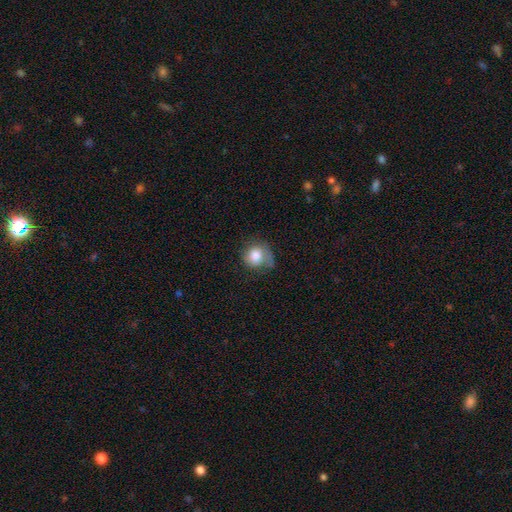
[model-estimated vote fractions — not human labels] Overall: smooth (76%). How rounded: round (78%). Merging: none (49%; minor disturbance 31%).